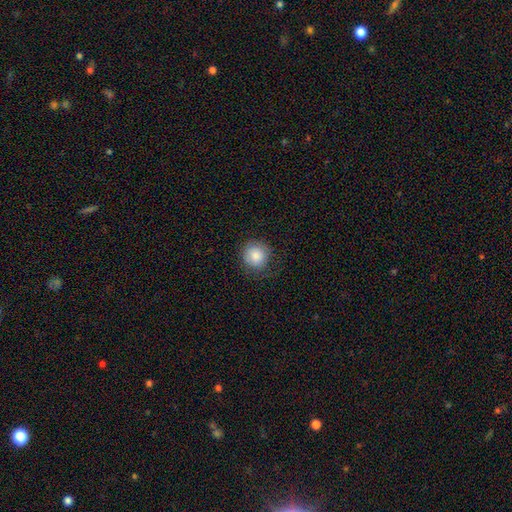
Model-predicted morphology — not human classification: smooth 84%, featured or disk 8%, star or artifact 8%. Down the decision tree: how rounded — round (92%); merging — none (76%).